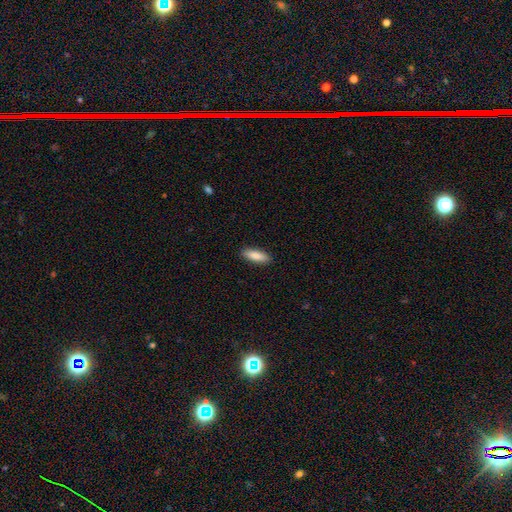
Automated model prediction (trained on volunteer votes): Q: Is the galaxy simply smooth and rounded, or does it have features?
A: smooth — 87%.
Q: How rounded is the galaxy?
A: in between — 55%.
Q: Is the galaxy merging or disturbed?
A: none — 90%.